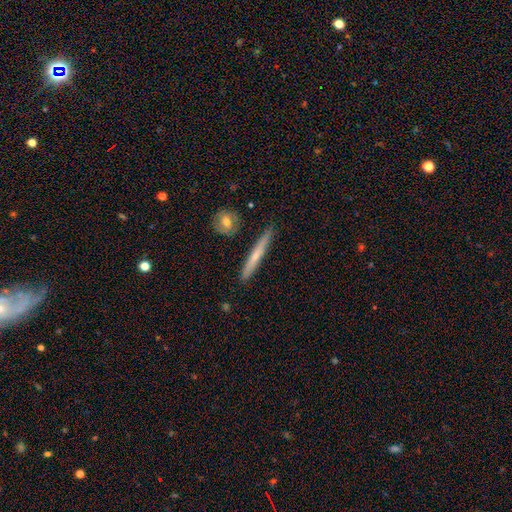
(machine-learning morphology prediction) type=smooth (50%); roundness=cigar-shaped (95%); merging=none (86%).